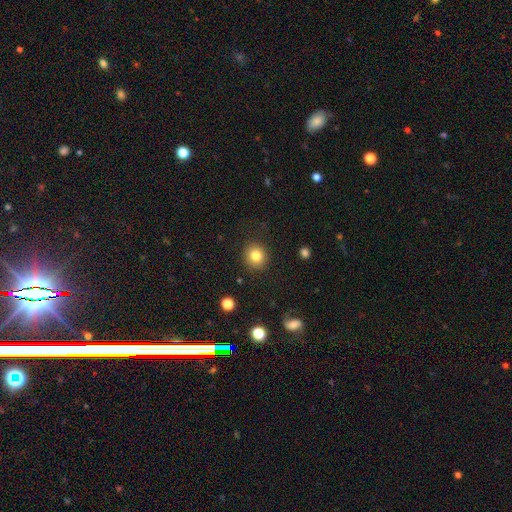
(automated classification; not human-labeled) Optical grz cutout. It shows a smooth galaxy with no disk features (82%) that is round (86%). Merging: none (88%).